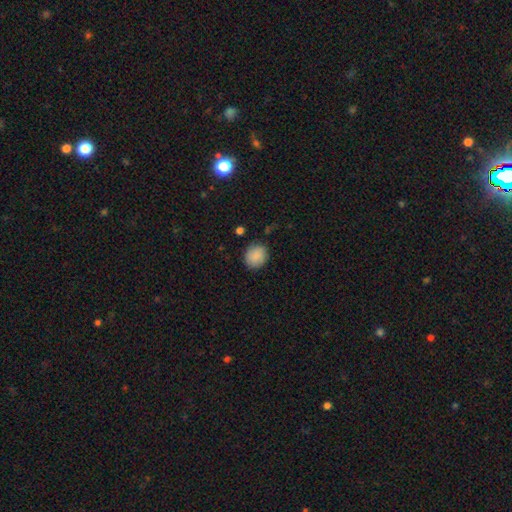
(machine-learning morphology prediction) Smooth or featured? Predicted: smooth (p=0.88). How rounded? Predicted: round (p=0.76). Merging? Predicted: none (p=0.83).